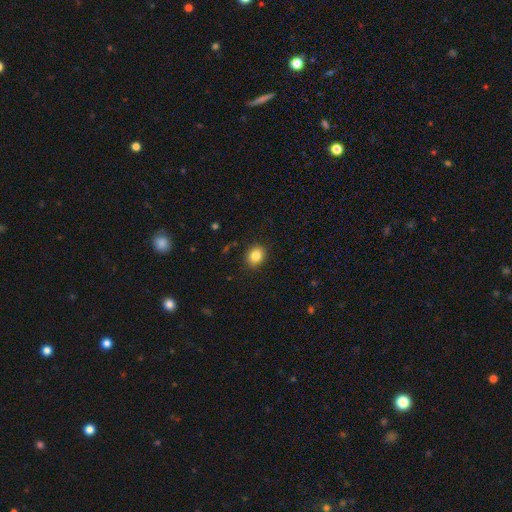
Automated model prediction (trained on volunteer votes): This is clearly a smooth galaxy (85%). How rounded: possibly round (59%). Merging: clearly none (89%).